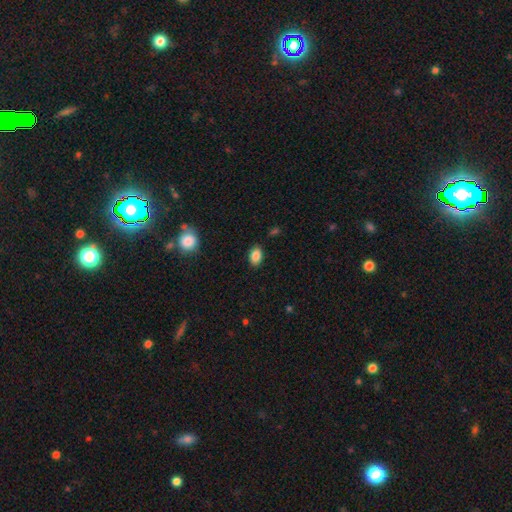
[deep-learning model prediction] smooth-or-featured: smooth: 87% | star or artifact: 9% | featured or disk: 5%
  how-rounded: in between: 85% | round: 14% | cigar-shaped: 1%
  merging: none: 86% | minor disturbance: 10% | major disturbance: 2% | merger: 1%